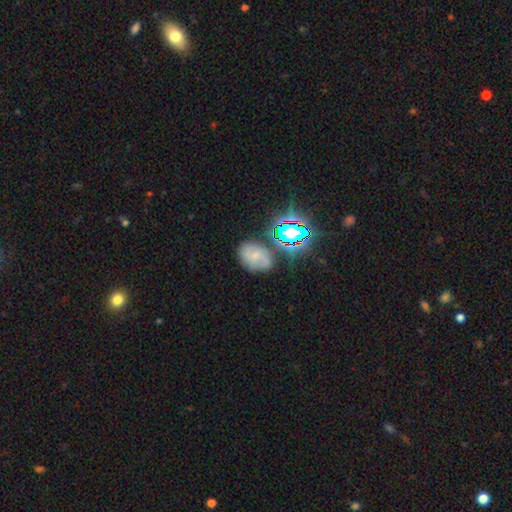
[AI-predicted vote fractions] This appears to be a featured or disk galaxy (41%). Merging: none (62%).